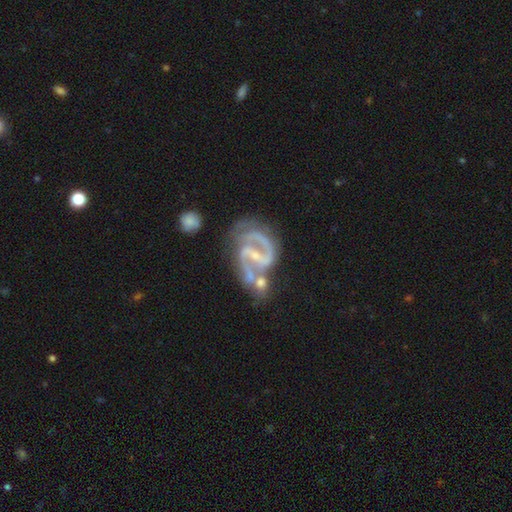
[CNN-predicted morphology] Smooth or featured: featured or disk — 91% (star or artifact — 5%)
Edge-on disk: no — 98% (yes — 2%)
Bar: strong — 54% (weak — 33%)
Spiral arms: yes — 97% (no — 3%)
Spiral winding: medium — 58% (tight — 22%)
Spiral arm count: 2 — 90% (can't tell — 3%)
Bulge size: small — 75% (moderate — 17%)
Merging: none — 35% (merger — 34%)